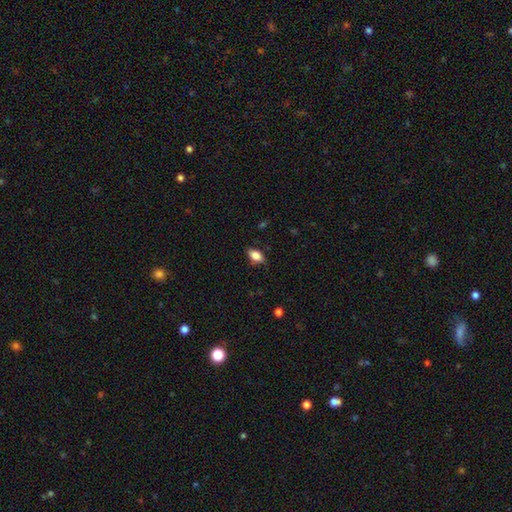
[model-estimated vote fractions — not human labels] Smooth or featured: smooth — 81% (featured or disk — 11%)
How rounded: in between — 87% (round — 8%)
Merging: none — 80% (minor disturbance — 16%)